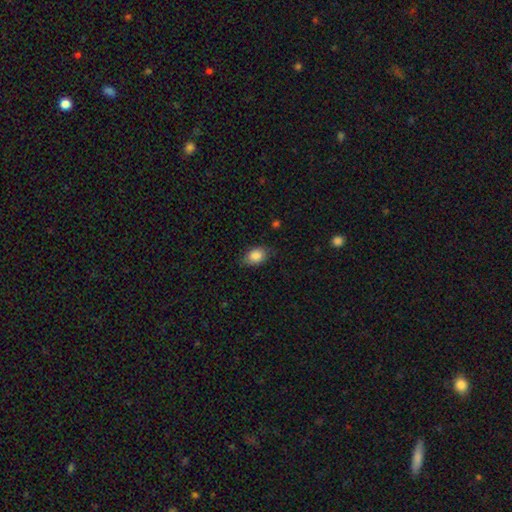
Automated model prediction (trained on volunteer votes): A smooth galaxy with no disk features (86%) that is in between round and cigar-shaped (79%). Merging: none (74%).